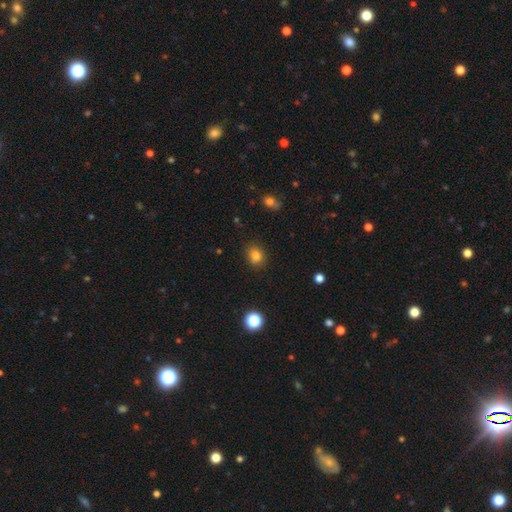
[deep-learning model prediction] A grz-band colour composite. It shows a smooth galaxy with no disk features (82%) that is round (60%). Merging: none (84%).